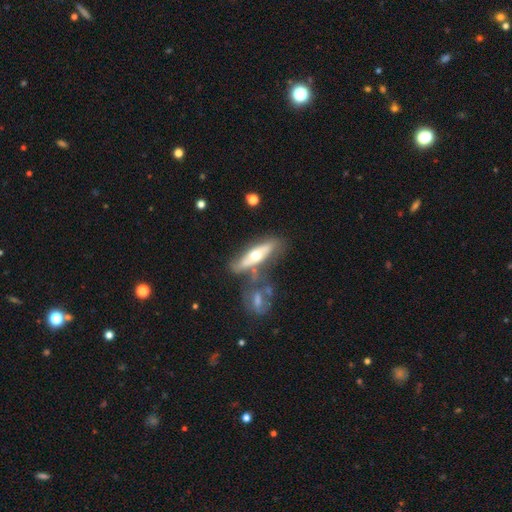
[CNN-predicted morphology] This is possibly a featured or disk galaxy (55%). It is likely viewed edge-on (63%). Merging: possibly none (54%).